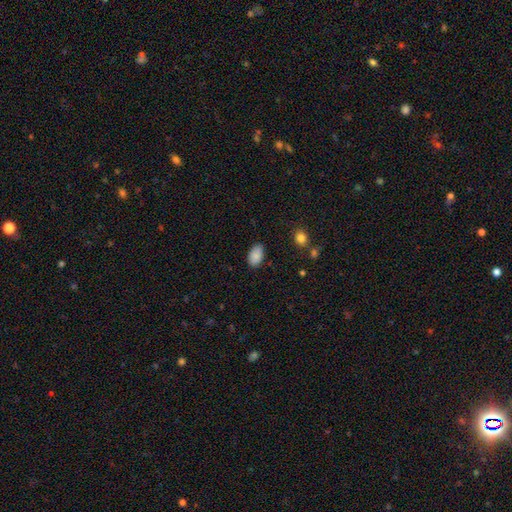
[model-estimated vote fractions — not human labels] Q: Smooth or featured?
A: smooth (88%); runner-up: star or artifact (7%)
Q: How rounded?
A: in between (93%); runner-up: round (5%)
Q: Merging?
A: none (85%); runner-up: minor disturbance (11%)